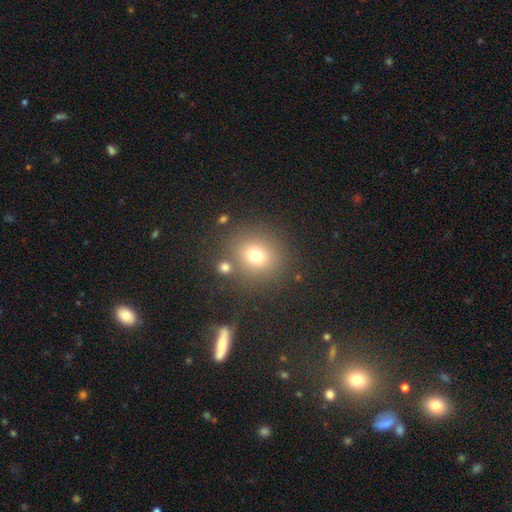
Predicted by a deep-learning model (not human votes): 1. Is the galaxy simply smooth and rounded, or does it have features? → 72% smooth, 17% star or artifact, 11% featured or disk.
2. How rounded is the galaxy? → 85% round, 14% in between, 1% cigar-shaped.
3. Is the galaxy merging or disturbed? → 79% none, 9% minor disturbance, 8% merger, 5% major disturbance.